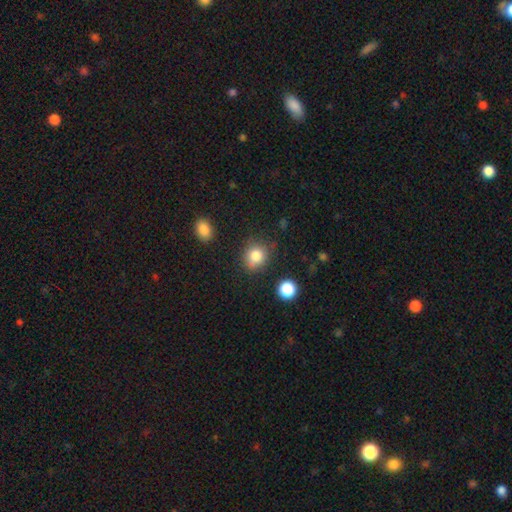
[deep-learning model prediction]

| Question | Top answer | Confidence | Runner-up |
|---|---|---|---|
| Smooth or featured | smooth | 82% | star or artifact (11%) |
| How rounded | round | 75% | in between (24%) |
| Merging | none | 77% | minor disturbance (15%) |